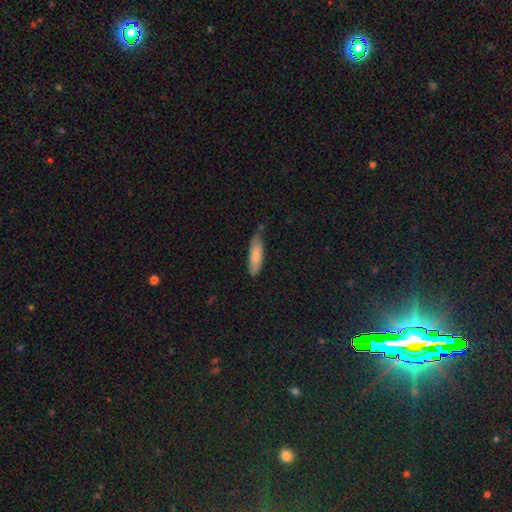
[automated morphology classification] The model was most divided on "how rounded": cigar-shaped: 64%, in between: 34%, round: 1%. More confident: smooth or featured — smooth (80%); merging — none (72%).